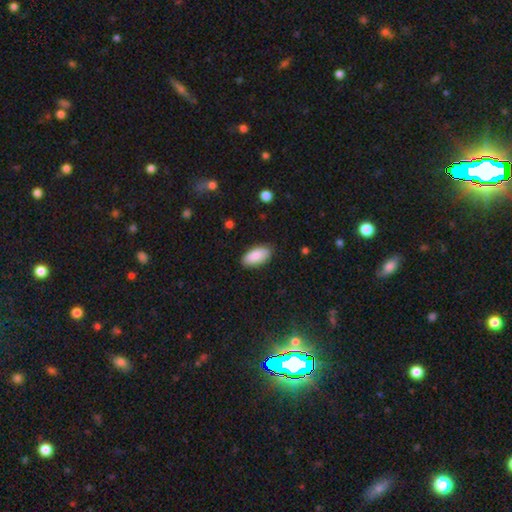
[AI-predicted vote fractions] smooth 86%, featured or disk 8%, star or artifact 6%. Down the decision tree: how rounded — in between (94%); merging — none (86%).